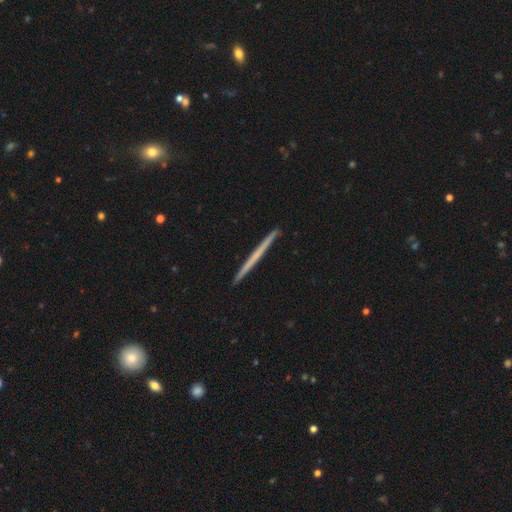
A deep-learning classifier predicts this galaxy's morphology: Smooth or featured? Predicted: featured or disk (p=0.54). Edge-on disk? Predicted: yes (p=0.98). Edge-on bulge? Predicted: none (p=0.90). Merging? Predicted: none (p=0.93).